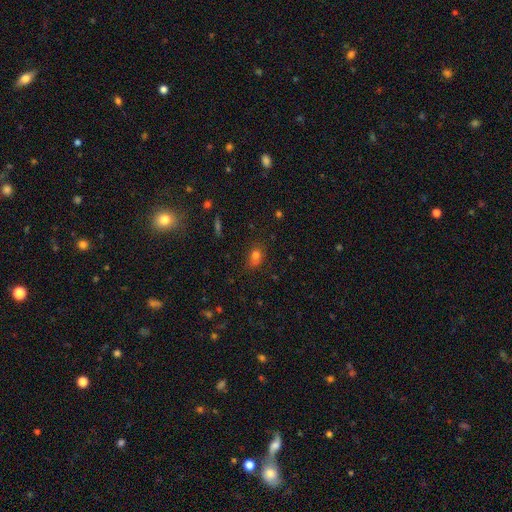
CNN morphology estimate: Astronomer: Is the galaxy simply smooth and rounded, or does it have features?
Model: smooth — 76%.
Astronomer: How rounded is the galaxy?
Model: in between — 69%.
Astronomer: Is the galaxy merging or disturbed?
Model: none — 66%.